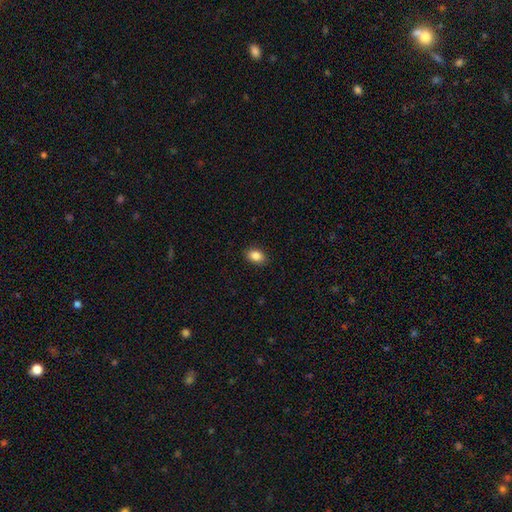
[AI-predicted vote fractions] Smooth or featured? Predicted: smooth (p=0.86). How rounded? Predicted: in between (p=0.81). Merging? Predicted: none (p=0.89).